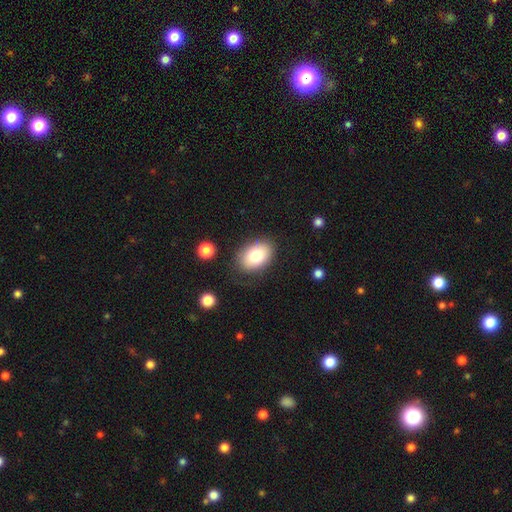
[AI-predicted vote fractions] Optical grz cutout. It shows a smooth galaxy with no disk features (79%) that is in between round and cigar-shaped (83%). Merging: none (81%).